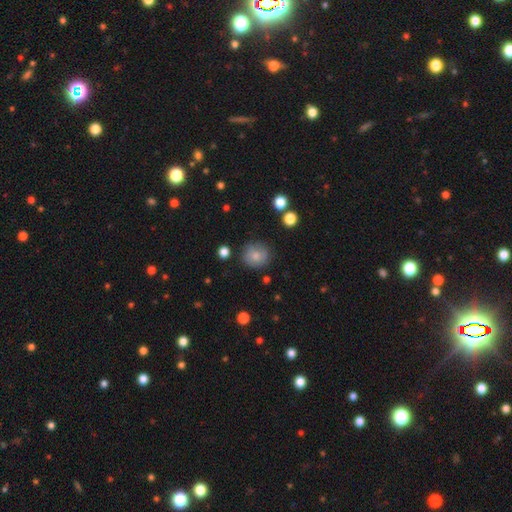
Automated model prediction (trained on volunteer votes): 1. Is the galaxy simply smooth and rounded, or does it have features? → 70% smooth, 20% featured or disk, 10% star or artifact.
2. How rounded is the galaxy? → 86% round, 13% in between, 1% cigar-shaped.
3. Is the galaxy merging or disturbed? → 77% none, 16% minor disturbance, 5% major disturbance, 2% merger.